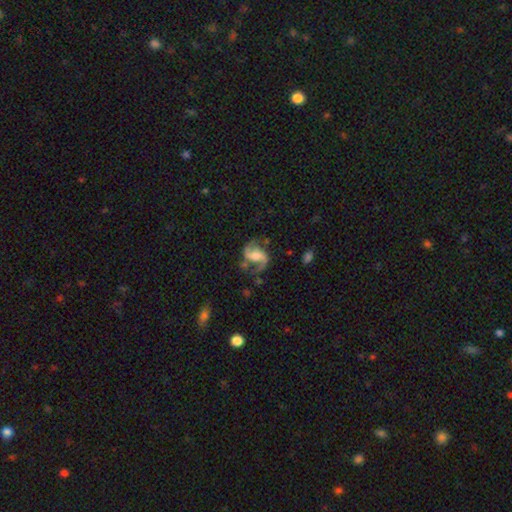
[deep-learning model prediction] Smooth or featured: featured or disk — 89% (smooth — 6%)
Edge-on disk: no — 98% (yes — 2%)
Bar: weak — 43% (no — 40%)
Spiral arms: yes — 97% (no — 3%)
Spiral winding: medium — 50% (loose — 40%)
Spiral arm count: 2 — 92% (1 — 2%)
Bulge size: moderate — 49% (small — 25%)
Merging: none — 69% (minor disturbance — 18%)